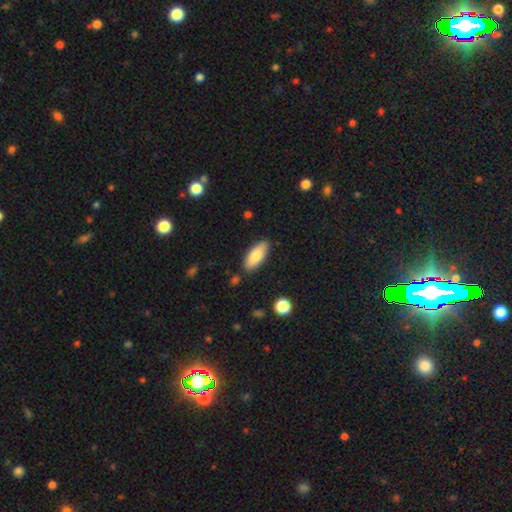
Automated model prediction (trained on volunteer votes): smooth-or-featured: smooth: 81% | featured or disk: 13% | star or artifact: 6%
  how-rounded: in between: 80% | cigar-shaped: 18% | round: 2%
  merging: none: 84% | minor disturbance: 11% | merger: 2% | major disturbance: 2%